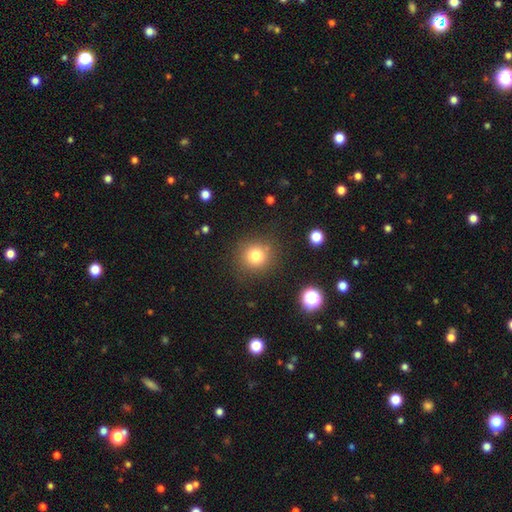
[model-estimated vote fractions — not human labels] Smooth or featured: smooth — 79% (star or artifact — 13%)
How rounded: round — 90% (in between — 9%)
Merging: none — 84% (minor disturbance — 10%)